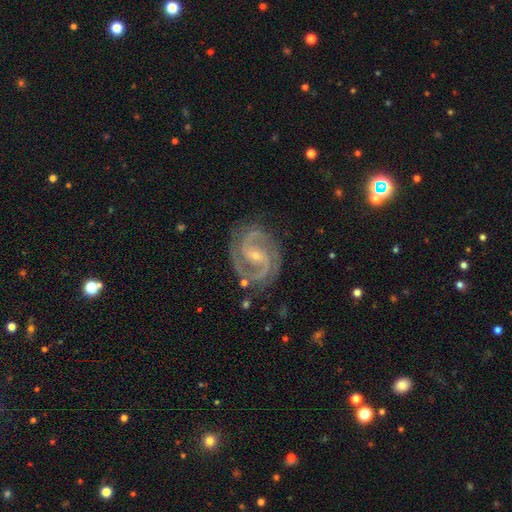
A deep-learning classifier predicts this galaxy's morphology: smooth-or-featured: featured or disk: 92% | star or artifact: 5% | smooth: 3%
  disk-edge-on: no: 98% | yes: 2%
    bar: weak: 39% | no: 37% | strong: 23%
    has-spiral-arms: yes: 99% | no: 1%
      spiral-winding: medium: 55% | tight: 37% | loose: 8%
      spiral-arm-count: 2: 85% | 3: 8% | can't tell: 3% | 4: 2% | 1: 2% | more than 4: 2%
    bulge-size: small: 77% | moderate: 19% | none: 2% | large: 1% | dominant: 1%
  merging: none: 79% | minor disturbance: 15% | major disturbance: 5% | merger: 2%